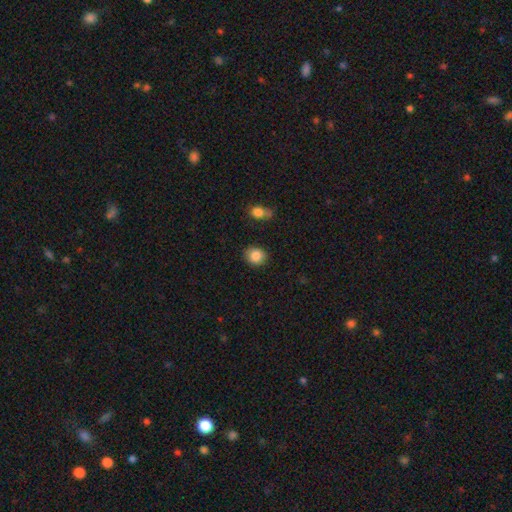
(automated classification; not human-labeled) smooth-or-featured: smooth: 86% | star or artifact: 9% | featured or disk: 5%
  how-rounded: round: 73% | in between: 26% | cigar-shaped: 1%
  merging: none: 85% | minor disturbance: 11% | major disturbance: 3% | merger: 2%